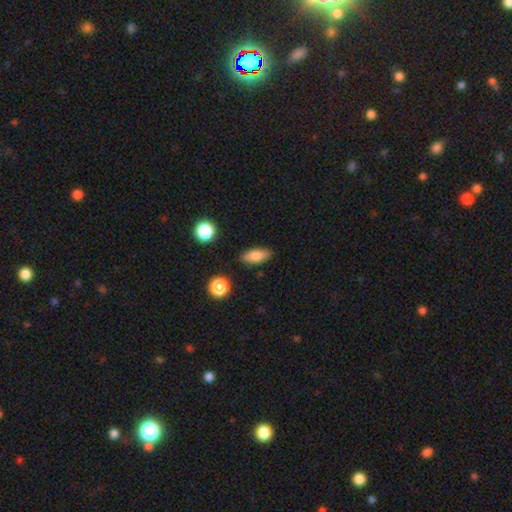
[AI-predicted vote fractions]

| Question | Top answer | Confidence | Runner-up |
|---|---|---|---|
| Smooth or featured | smooth | 81% | featured or disk (10%) |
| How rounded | in between | 82% | cigar-shaped (12%) |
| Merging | none | 83% | minor disturbance (12%) |